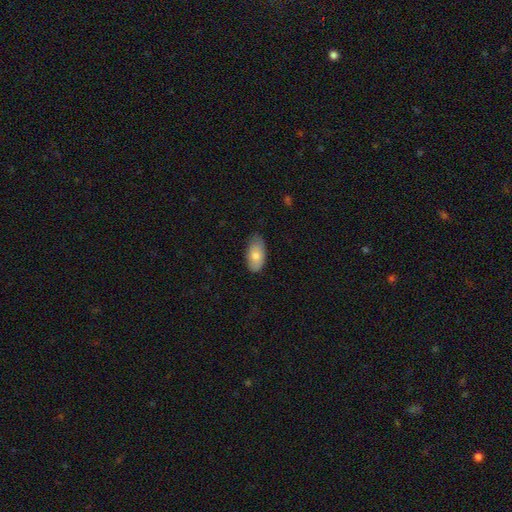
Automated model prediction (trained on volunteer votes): smooth 76%, featured or disk 18%, star or artifact 6%. Down the decision tree: how rounded — in between (93%); merging — none (73%).